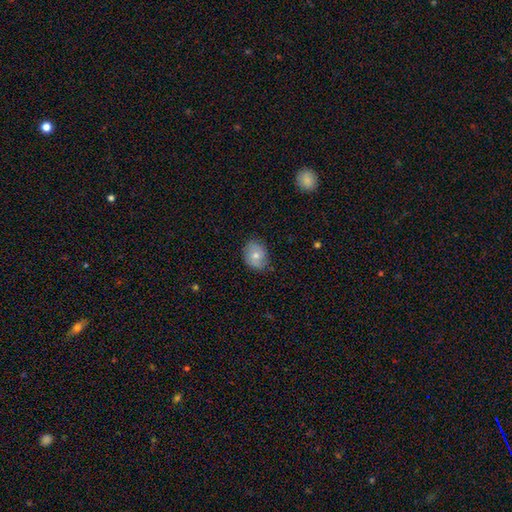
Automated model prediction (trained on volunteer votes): This is likely a smooth galaxy (67%). How rounded: possibly in between (56%). Merging: likely none (75%).